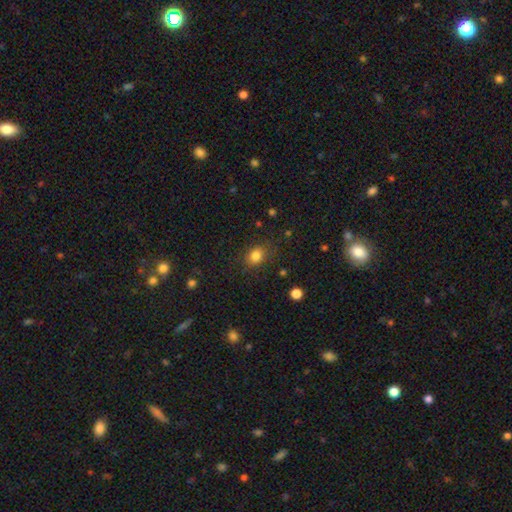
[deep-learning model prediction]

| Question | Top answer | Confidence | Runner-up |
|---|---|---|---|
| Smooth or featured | smooth | 82% | star or artifact (12%) |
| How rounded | in between | 56% | round (43%) |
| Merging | none | 82% | minor disturbance (12%) |